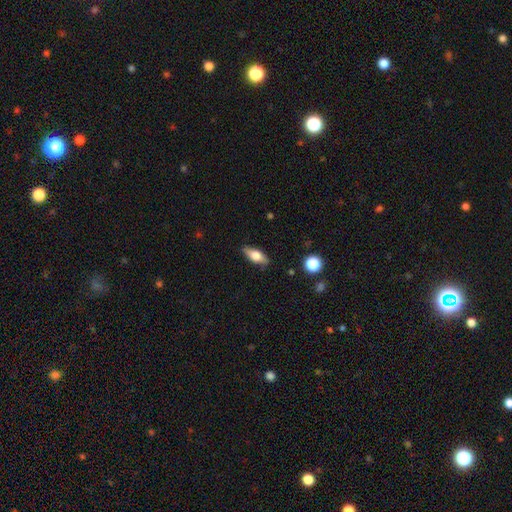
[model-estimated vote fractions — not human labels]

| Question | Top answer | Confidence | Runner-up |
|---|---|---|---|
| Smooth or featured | smooth | 61% | featured or disk (32%) |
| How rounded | in between | 71% | cigar-shaped (25%) |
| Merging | none | 84% | minor disturbance (12%) |